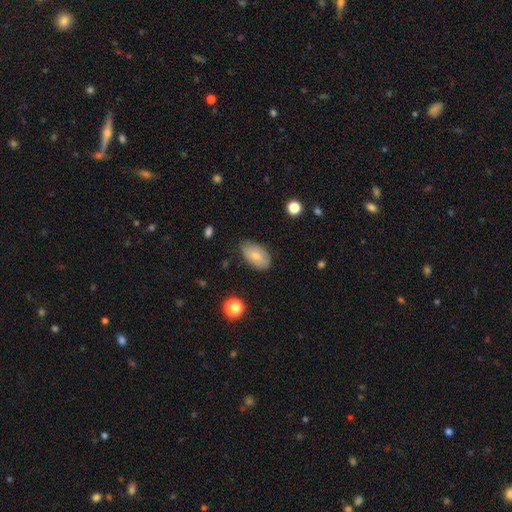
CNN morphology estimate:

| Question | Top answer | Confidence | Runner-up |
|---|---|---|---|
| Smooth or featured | smooth | 72% | featured or disk (21%) |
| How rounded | in between | 93% | round (5%) |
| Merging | none | 77% | minor disturbance (18%) |